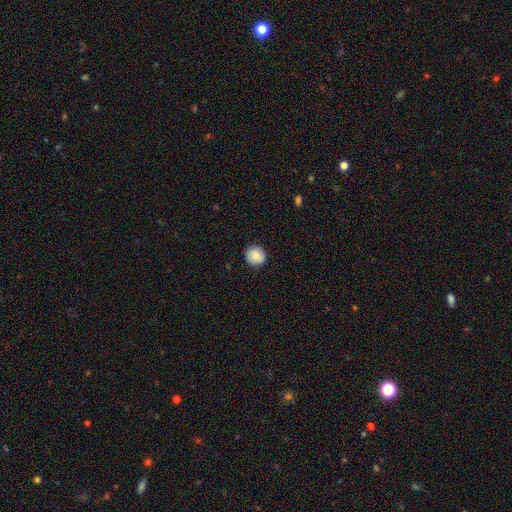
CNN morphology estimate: smooth-or-featured: smooth: 84% | featured or disk: 8% | star or artifact: 8%
  how-rounded: round: 93% | in between: 6% | cigar-shaped: 1%
  merging: none: 90% | minor disturbance: 8% | major disturbance: 2% | merger: 1%